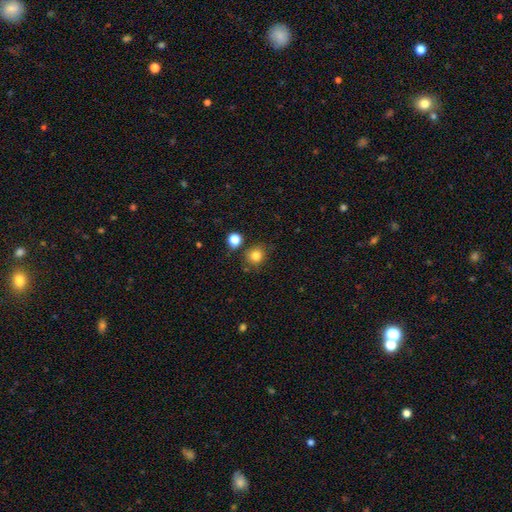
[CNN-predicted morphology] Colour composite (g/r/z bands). It shows a smooth galaxy with no disk features (82%) that is round (82%). Merging: none (77%).